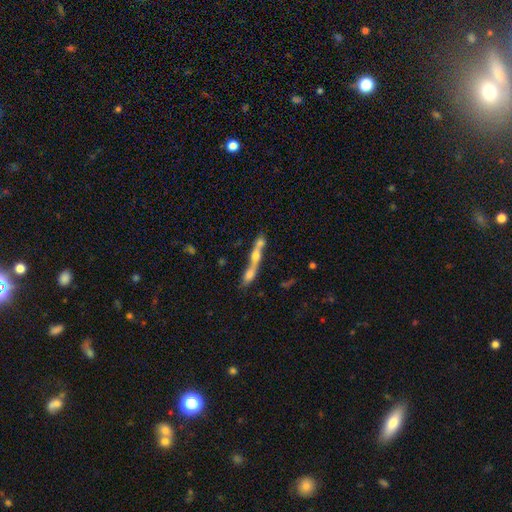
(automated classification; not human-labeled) A featured or disk galaxy (54%) viewed edge-on (59%).

Vote fractions:
- Smooth or featured? featured or disk: 54% / smooth: 33% / star or artifact: 13%
- Edge-on disk? yes: 59% / no: 41%
- Merging? merger: 60% / none: 24% / major disturbance: 8% / minor disturbance: 8%